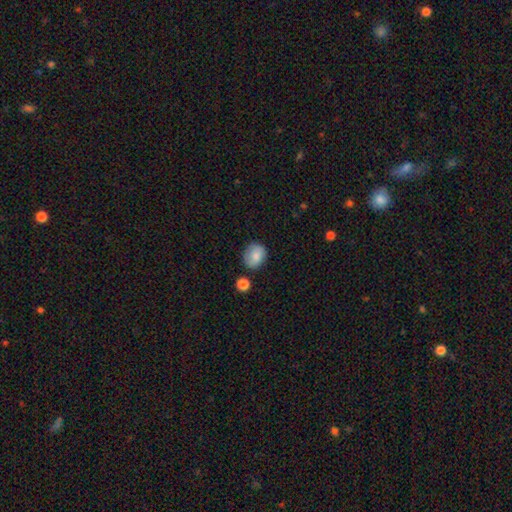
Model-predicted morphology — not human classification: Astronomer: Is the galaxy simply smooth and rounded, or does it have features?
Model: smooth — 80%.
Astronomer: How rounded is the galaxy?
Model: round — 60% (runner-up: in between, 39%).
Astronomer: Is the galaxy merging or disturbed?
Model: none — 77%.